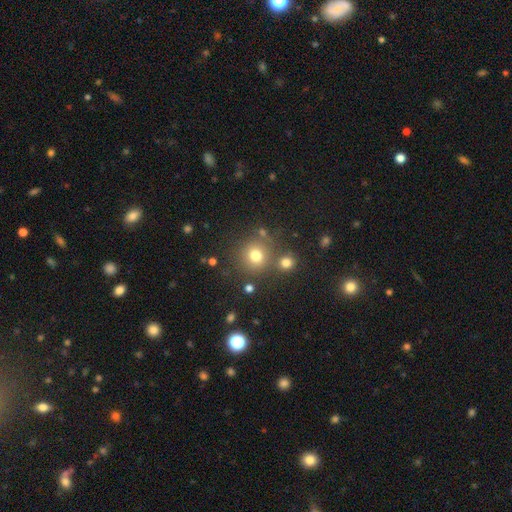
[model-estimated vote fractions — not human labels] smooth 75%, star or artifact 16%, featured or disk 9%. Down the decision tree: how rounded — round (90%); merging — none (73%).